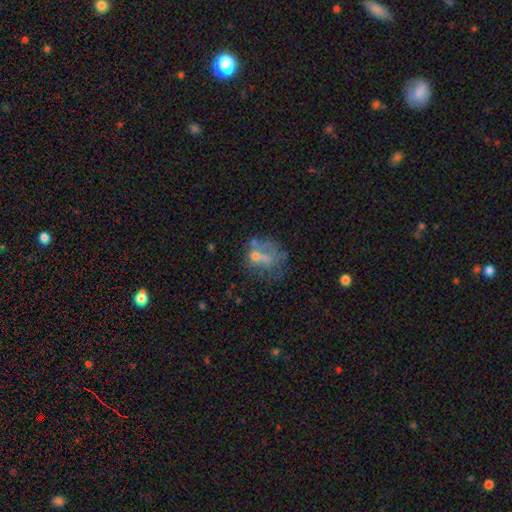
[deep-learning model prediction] A smooth galaxy with no disk features (44%).

Vote fractions:
- Smooth or featured? smooth: 44% / featured or disk: 40% / star or artifact: 16%
- Merging? none: 34% / major disturbance: 29% / minor disturbance: 20% / merger: 17%